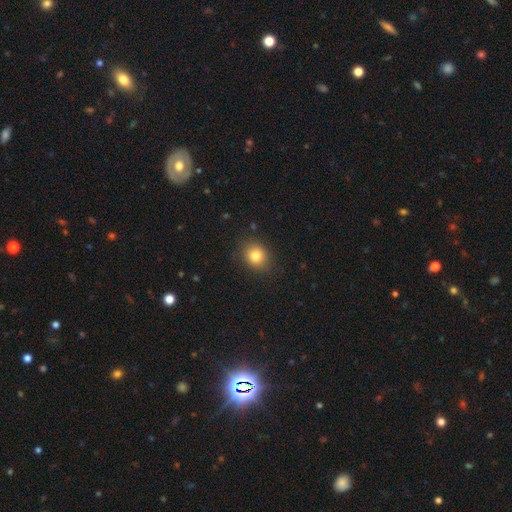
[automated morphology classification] Smooth or featured?
  - smooth: 81% *
  - star or artifact: 11%
  - featured or disk: 7%
How rounded?
  - round: 68% *
  - in between: 31%
  - cigar-shaped: 1%
Merging?
  - none: 86% *
  - minor disturbance: 10%
  - major disturbance: 3%
  - merger: 1%